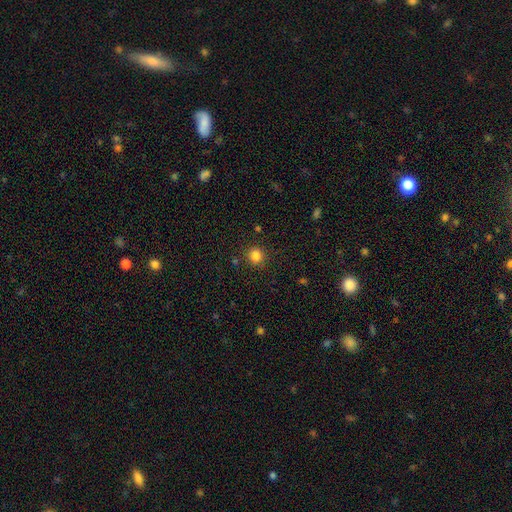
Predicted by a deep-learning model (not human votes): Q: Smooth or featured?
A: smooth (83%); runner-up: star or artifact (12%)
Q: How rounded?
A: round (88%); runner-up: in between (11%)
Q: Merging?
A: none (88%); runner-up: minor disturbance (8%)